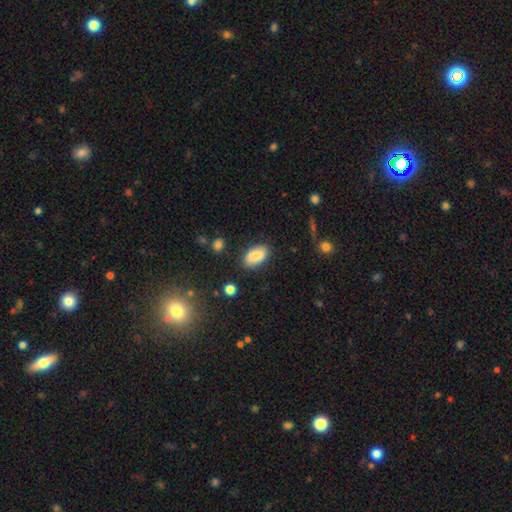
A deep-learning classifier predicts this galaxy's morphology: Overall: smooth (83%). How rounded: in between (92%). Merging: none (79%).